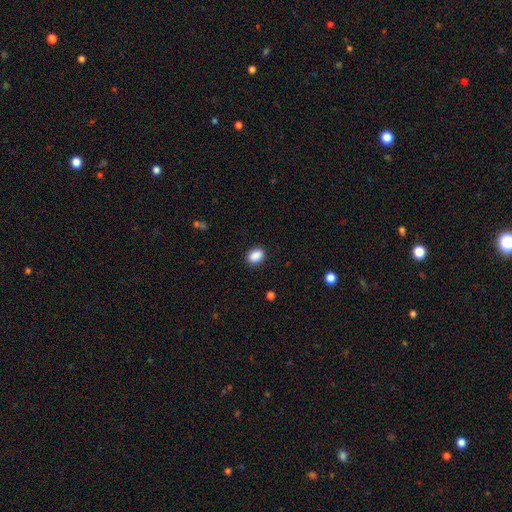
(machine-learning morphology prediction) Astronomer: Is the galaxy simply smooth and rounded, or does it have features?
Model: smooth — 90%.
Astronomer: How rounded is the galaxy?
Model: in between — 78%.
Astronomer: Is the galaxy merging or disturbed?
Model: none — 88%.